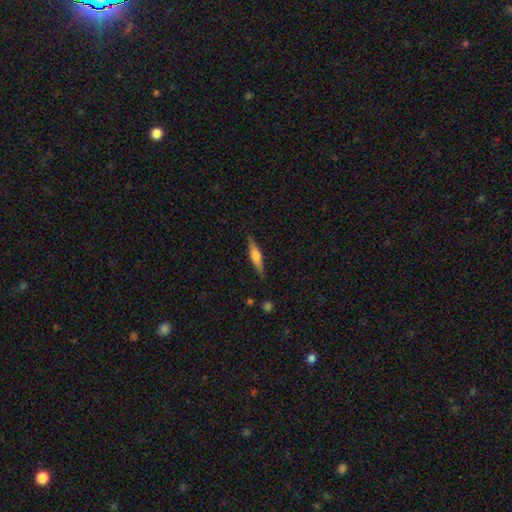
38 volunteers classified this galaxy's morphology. type=featured or disk (47%); edge-on=yes (94%); edge-on bulge=rounded (65%); merging=none (91%).